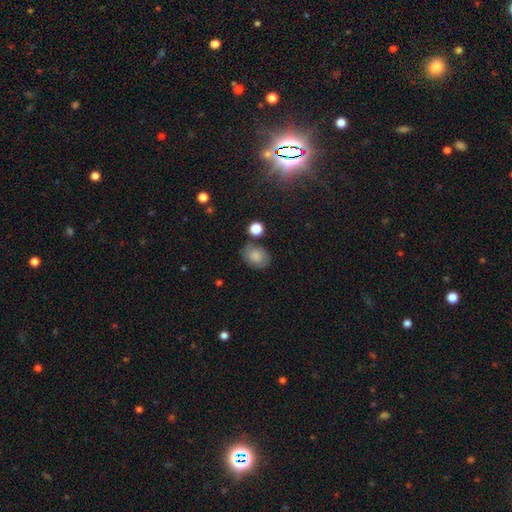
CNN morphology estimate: smooth 83%, featured or disk 9%, star or artifact 8%. Down the decision tree: how rounded — in between (68%); merging — none (68%).